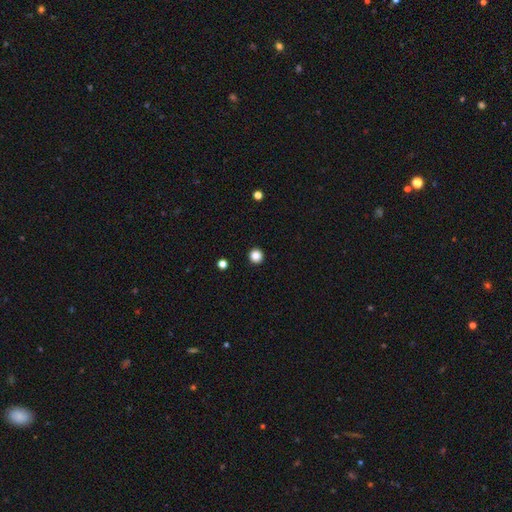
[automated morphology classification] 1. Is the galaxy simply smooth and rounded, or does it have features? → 86% smooth, 12% star or artifact, 3% featured or disk.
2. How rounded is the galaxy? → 95% round, 4% in between, 1% cigar-shaped.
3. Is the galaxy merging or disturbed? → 94% none, 4% minor disturbance, 1% major disturbance, 1% merger.